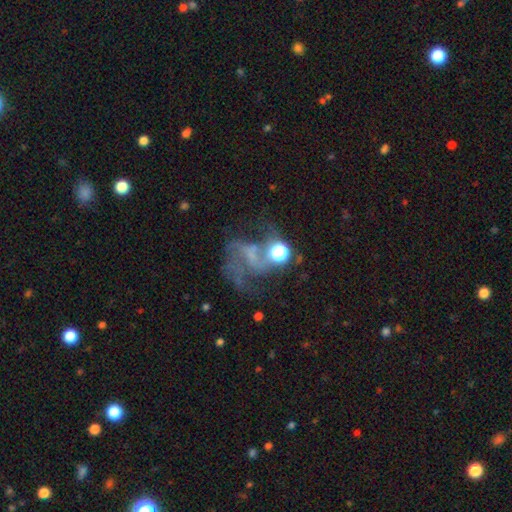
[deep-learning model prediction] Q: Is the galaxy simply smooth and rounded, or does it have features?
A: featured or disk — 56%.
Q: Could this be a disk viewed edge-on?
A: no — 97%.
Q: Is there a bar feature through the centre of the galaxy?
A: no — 62%.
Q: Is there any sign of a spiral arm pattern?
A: yes — 68%.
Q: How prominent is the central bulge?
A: none — 40%.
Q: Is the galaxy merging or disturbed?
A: major disturbance — 38%.